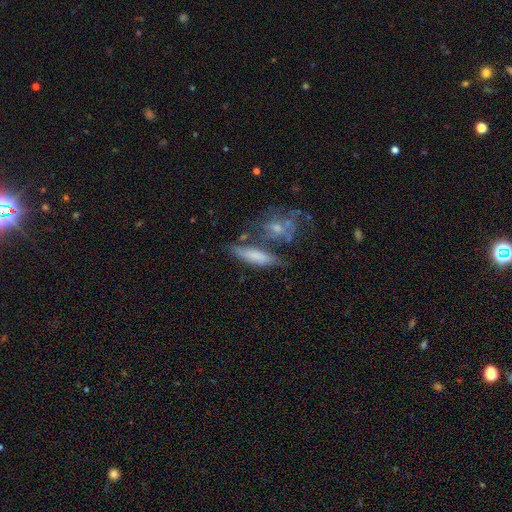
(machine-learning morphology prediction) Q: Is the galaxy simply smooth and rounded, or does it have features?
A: smooth — 60%.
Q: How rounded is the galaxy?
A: cigar-shaped — 61%.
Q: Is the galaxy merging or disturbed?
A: none — 45%.